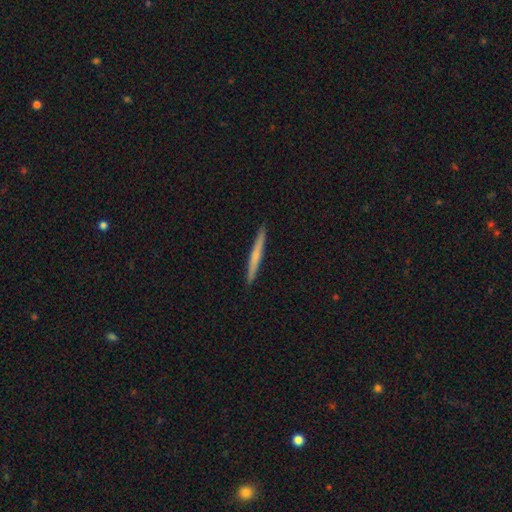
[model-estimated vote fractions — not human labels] This is possibly a smooth galaxy (54%). How rounded: clearly cigar-shaped (97%). Merging: clearly none (93%).